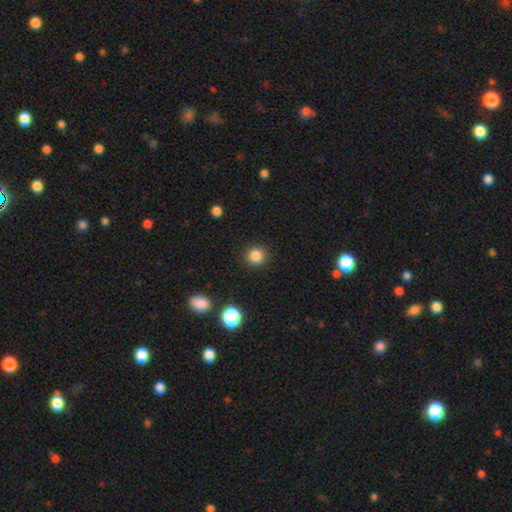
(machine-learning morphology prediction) Overall: smooth (85%). How rounded: round (90%). Merging: none (90%).